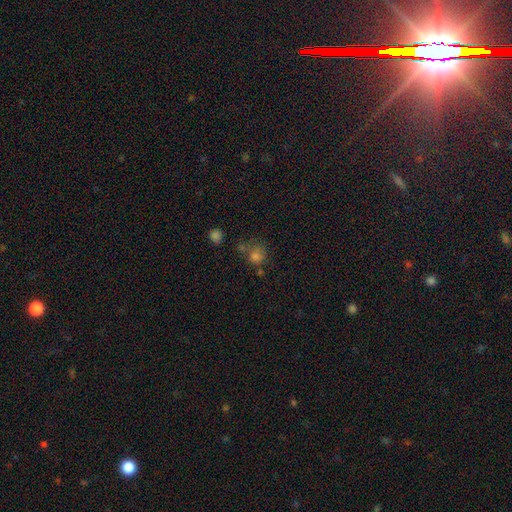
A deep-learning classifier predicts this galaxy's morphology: A smooth galaxy with no disk features (68%) that is round (85%). Merging: none (58%).